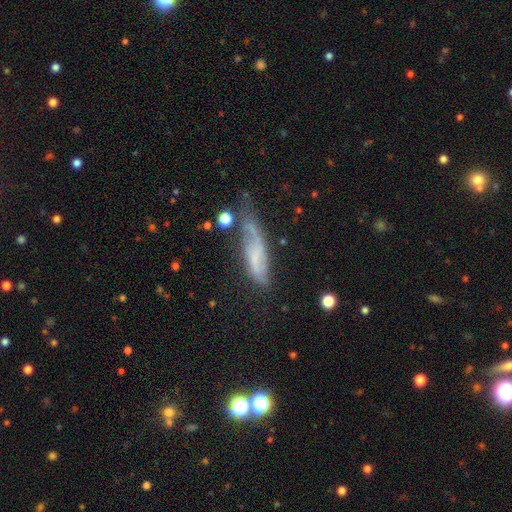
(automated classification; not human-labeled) Smooth or featured? featured or disk (53%)
Edge-on disk? no (69%)
Merging? none (38%)